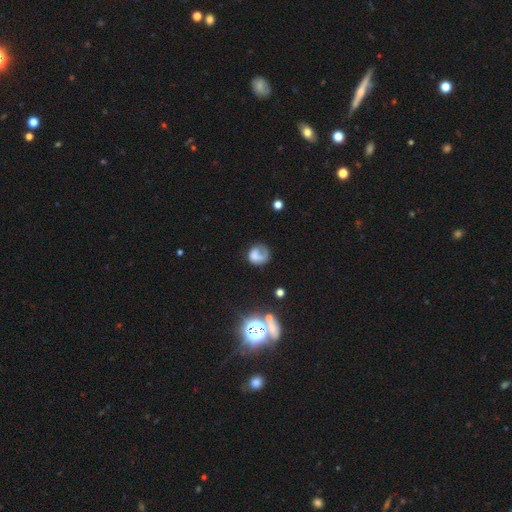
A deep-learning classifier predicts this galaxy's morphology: smooth 49%, featured or disk 39%, star or artifact 12%. Down the decision tree: merging — none (40%).